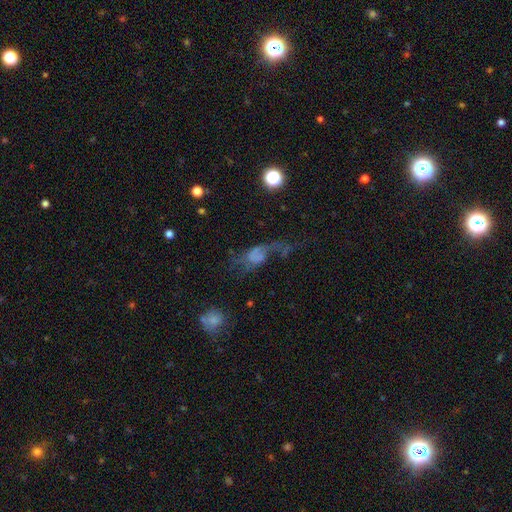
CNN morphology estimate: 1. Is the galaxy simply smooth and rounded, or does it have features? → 46% featured or disk, 37% smooth, 17% star or artifact.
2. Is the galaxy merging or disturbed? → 54% major disturbance, 23% none, 15% minor disturbance, 8% merger.